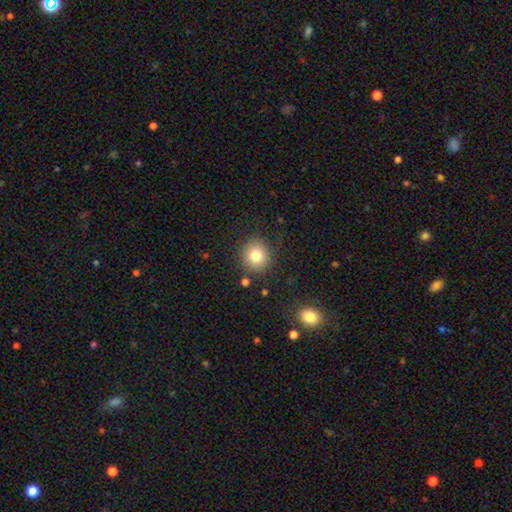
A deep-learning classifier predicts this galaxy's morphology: Smooth or featured: smooth — 80% (star or artifact — 11%)
How rounded: round — 90% (in between — 9%)
Merging: none — 85% (minor disturbance — 10%)